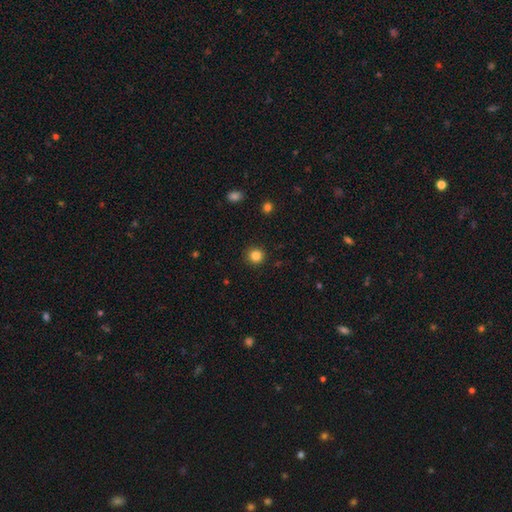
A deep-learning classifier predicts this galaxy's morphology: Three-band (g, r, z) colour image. It shows a smooth galaxy with no disk features (84%) that is round (93%). Merging: none (92%).